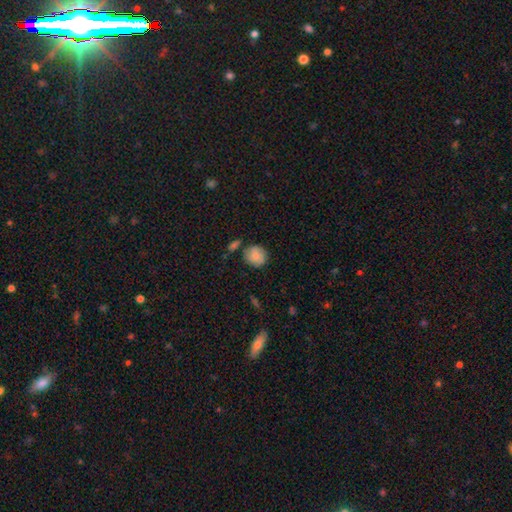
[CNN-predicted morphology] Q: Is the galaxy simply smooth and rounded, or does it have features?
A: smooth — 80%.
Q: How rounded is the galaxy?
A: round — 82%.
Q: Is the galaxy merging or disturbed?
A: none — 71%.